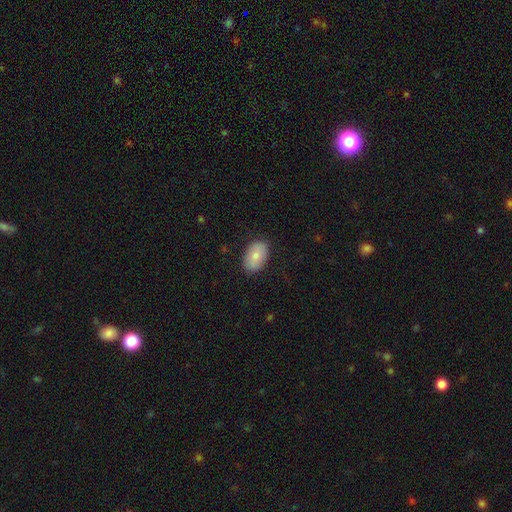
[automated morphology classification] Smooth or featured?
  - smooth: 80% *
  - featured or disk: 13%
  - star or artifact: 6%
How rounded?
  - in between: 90% *
  - round: 9%
  - cigar-shaped: 1%
Merging?
  - none: 86% *
  - minor disturbance: 11%
  - major disturbance: 2%
  - merger: 1%